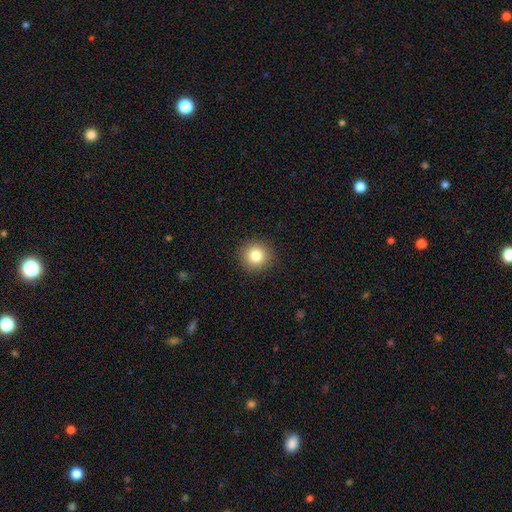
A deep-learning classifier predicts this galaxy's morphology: This appears to be a smooth galaxy with no disk features (83%) that is round (93%). Merging: none (92%).